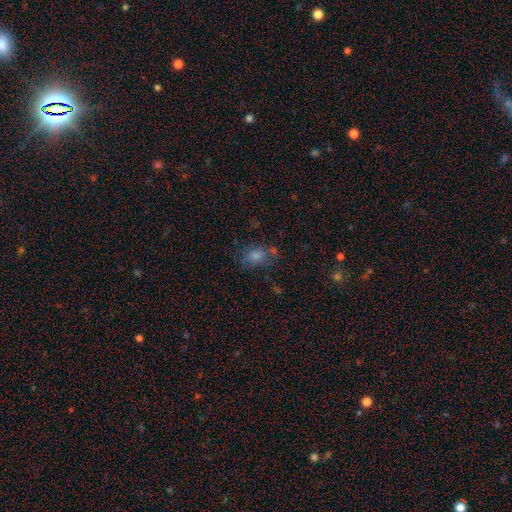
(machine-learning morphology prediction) Q: Smooth or featured?
A: smooth (75%); runner-up: star or artifact (14%)
Q: How rounded?
A: in between (63%); runner-up: round (36%)
Q: Merging?
A: none (55%); runner-up: minor disturbance (21%)